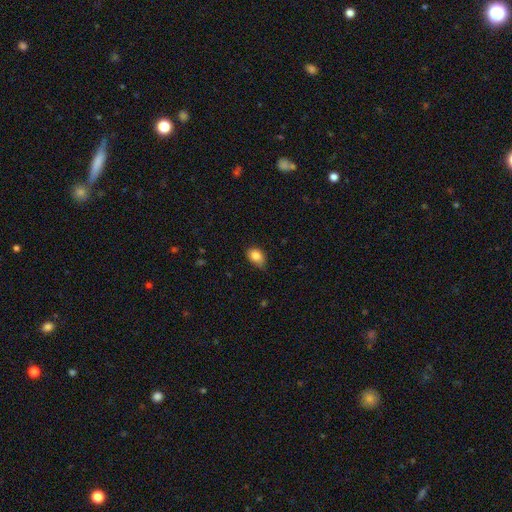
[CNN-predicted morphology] This is clearly a smooth galaxy (84%). How rounded: likely in between (75%). Merging: possibly none (60%).